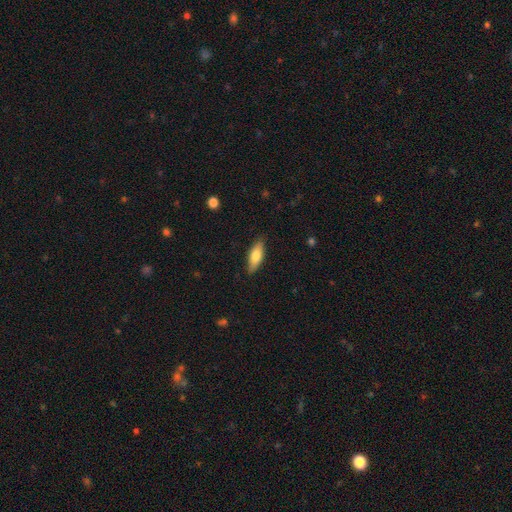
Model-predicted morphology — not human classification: Smooth or featured: smooth — 75% (featured or disk — 19%)
How rounded: in between — 66% (cigar-shaped — 32%)
Merging: none — 84% (minor disturbance — 13%)